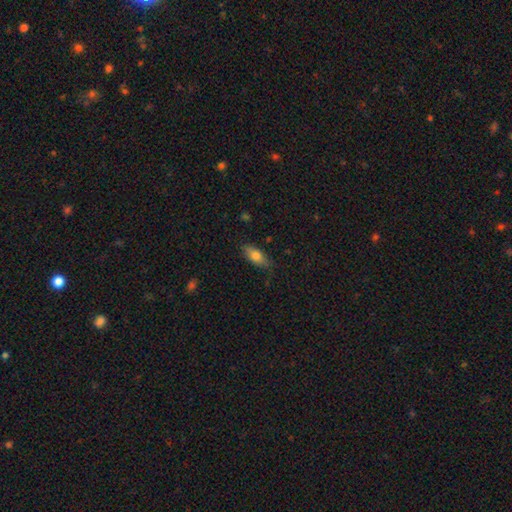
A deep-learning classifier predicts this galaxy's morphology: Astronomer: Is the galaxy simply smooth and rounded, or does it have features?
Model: smooth — 73%.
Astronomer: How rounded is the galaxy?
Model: in between — 79%.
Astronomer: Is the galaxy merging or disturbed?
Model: none — 80%.